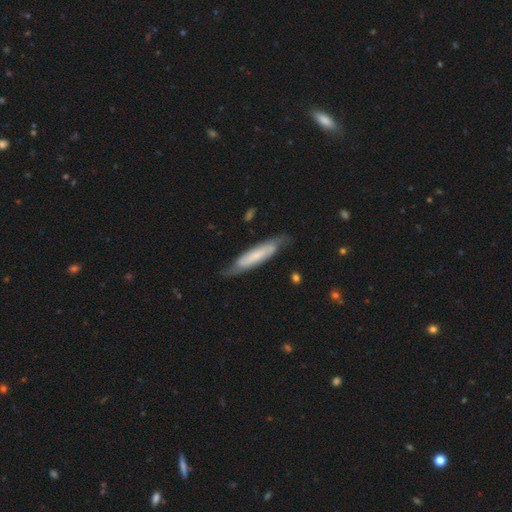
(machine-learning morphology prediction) A featured or disk galaxy (49%). Merging: none (73%).